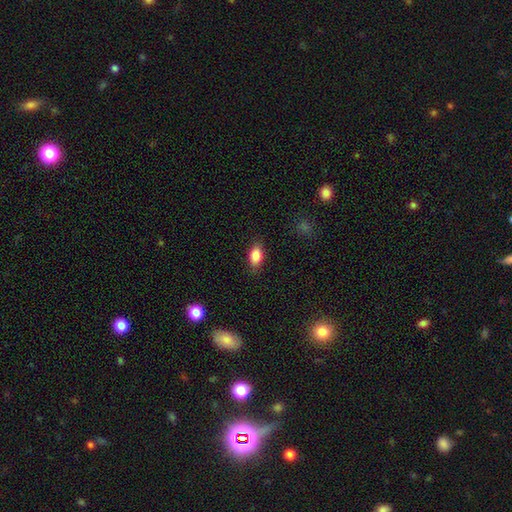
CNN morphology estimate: Overall: smooth (85%). How rounded: in between (88%). Merging: none (86%).